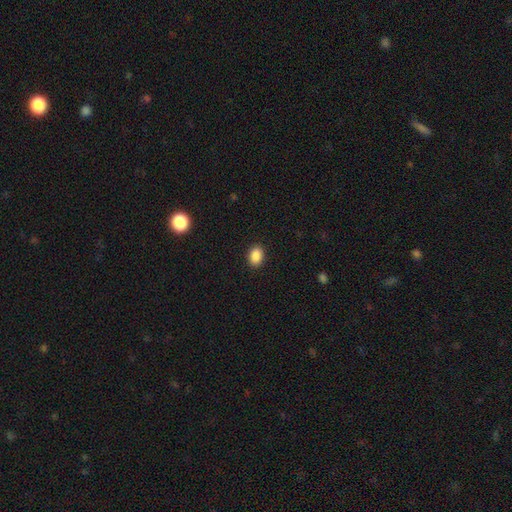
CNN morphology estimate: Smooth or featured: smooth — 88% (star or artifact — 9%)
How rounded: in between — 77% (round — 22%)
Merging: none — 90% (minor disturbance — 7%)